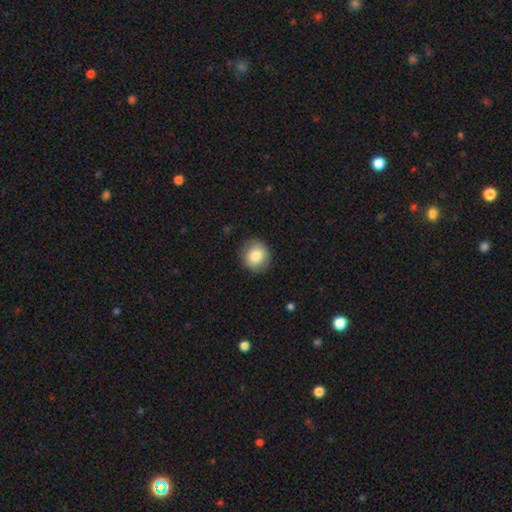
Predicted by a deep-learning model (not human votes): The model was most divided on "how rounded": round: 83%, in between: 16%, cigar-shaped: 1%. More confident: merging — none (85%); smooth or featured — smooth (81%).